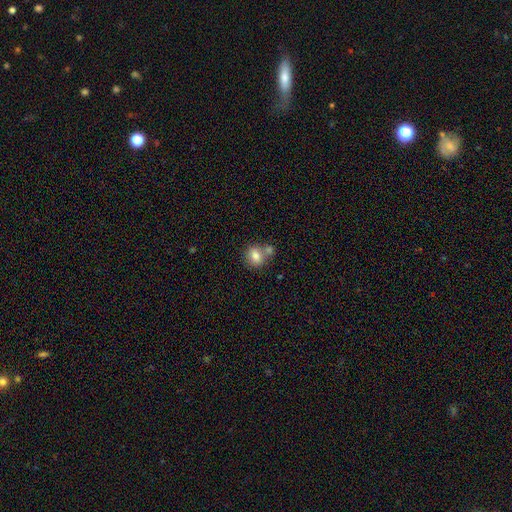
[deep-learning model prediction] This appears to be a smooth galaxy with no disk features (80%) that is round (67%). Merging: none (51%).